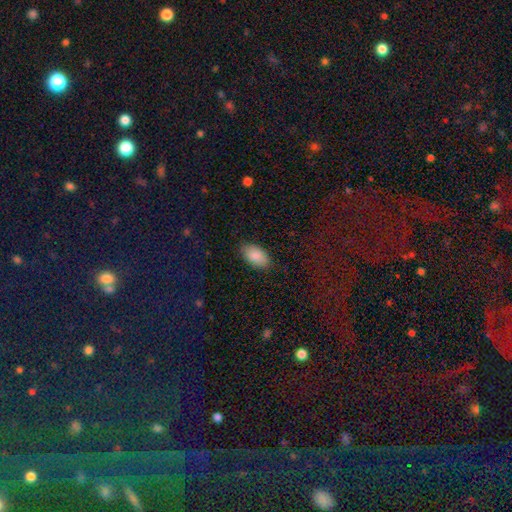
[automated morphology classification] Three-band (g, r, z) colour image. It shows a smooth galaxy with no disk features (89%) that is in between round and cigar-shaped (95%). Merging: none (86%).